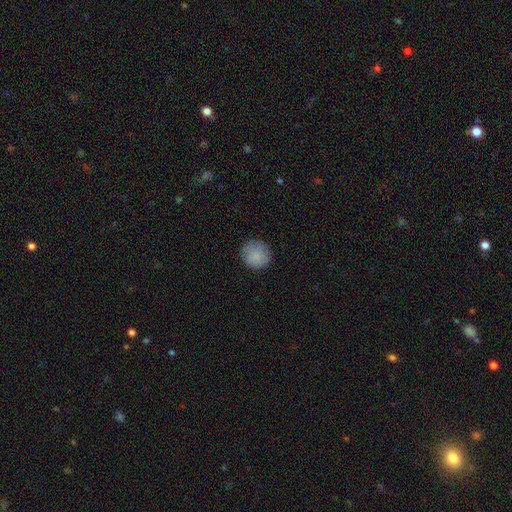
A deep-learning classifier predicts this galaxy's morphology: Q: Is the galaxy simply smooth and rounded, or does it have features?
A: smooth — 87%.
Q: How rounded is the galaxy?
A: round — 93%.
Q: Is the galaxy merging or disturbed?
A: none — 86%.